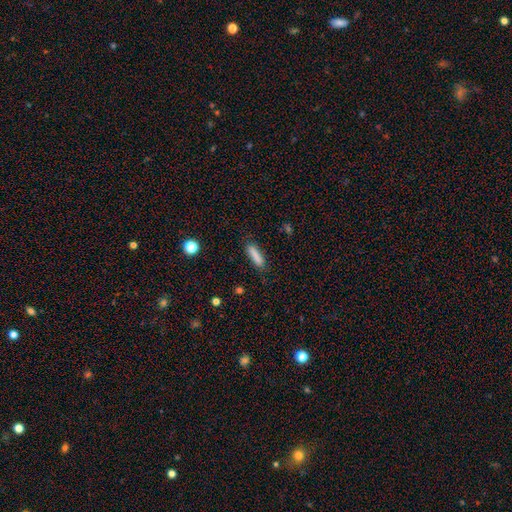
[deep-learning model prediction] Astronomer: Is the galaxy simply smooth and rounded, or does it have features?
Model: smooth — 84%.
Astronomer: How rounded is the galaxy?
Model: cigar-shaped — 75%.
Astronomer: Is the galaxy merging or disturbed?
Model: none — 84%.